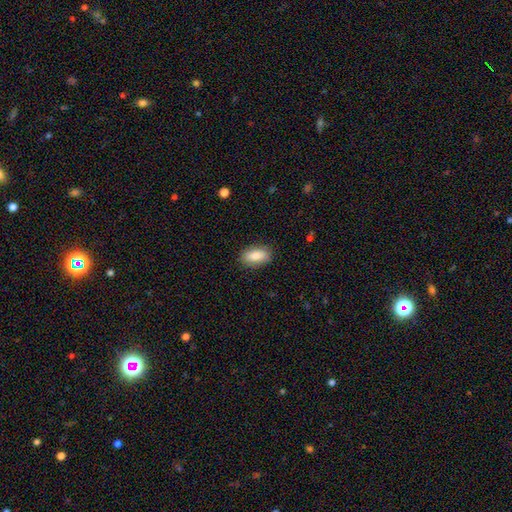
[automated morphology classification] A smooth galaxy with no disk features (84%) that is in between round and cigar-shaped (90%). Merging: none (86%).